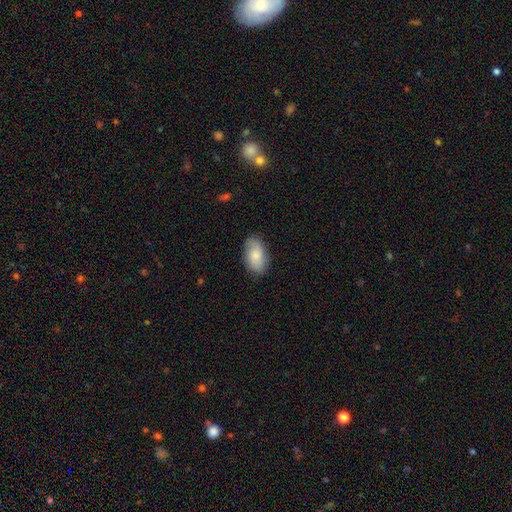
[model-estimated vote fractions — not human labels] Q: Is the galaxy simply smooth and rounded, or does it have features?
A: smooth — 75%.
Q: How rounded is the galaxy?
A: in between — 93%.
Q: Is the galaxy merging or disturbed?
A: none — 79%.